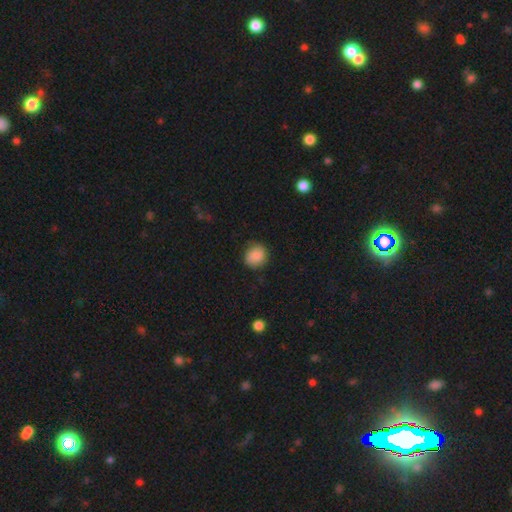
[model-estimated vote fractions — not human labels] Q: Smooth or featured?
A: smooth (84%); runner-up: featured or disk (8%)
Q: How rounded?
A: round (78%); runner-up: in between (21%)
Q: Merging?
A: none (75%); runner-up: minor disturbance (19%)